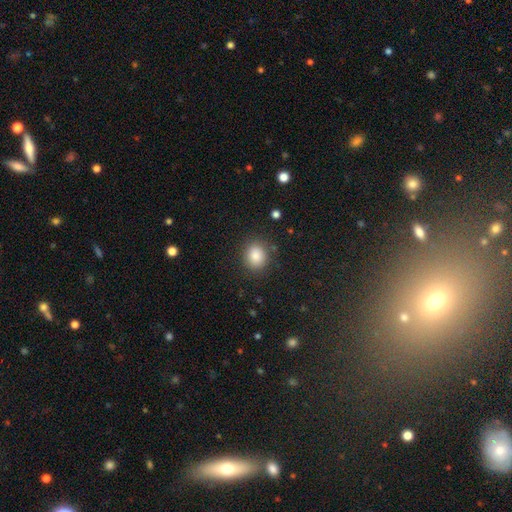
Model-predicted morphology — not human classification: This appears to be a smooth galaxy with no disk features (85%) that is round (66%). Merging: none (85%).